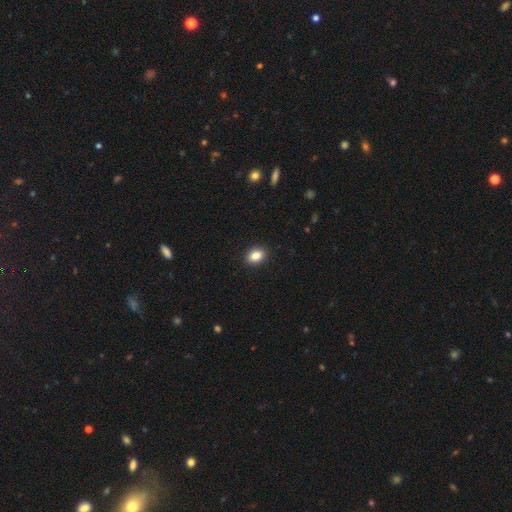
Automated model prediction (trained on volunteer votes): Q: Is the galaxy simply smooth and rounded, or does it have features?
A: smooth — 86%.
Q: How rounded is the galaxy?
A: in between — 71%.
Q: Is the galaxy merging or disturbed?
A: none — 90%.